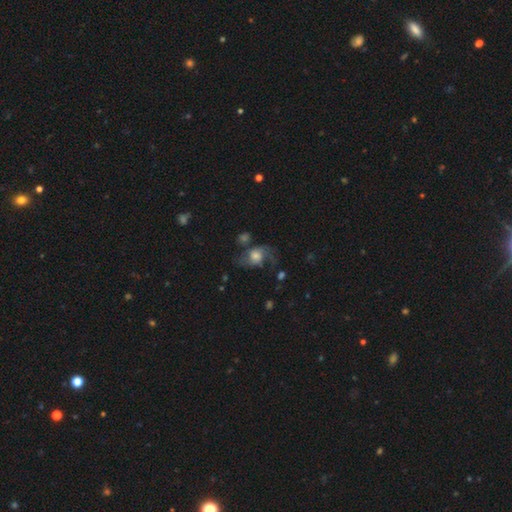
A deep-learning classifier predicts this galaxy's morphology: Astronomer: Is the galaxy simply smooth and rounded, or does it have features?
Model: featured or disk — 55% (runner-up: smooth, 35%).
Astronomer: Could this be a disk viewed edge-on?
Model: no — 95%.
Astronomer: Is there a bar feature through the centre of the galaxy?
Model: no — 74%.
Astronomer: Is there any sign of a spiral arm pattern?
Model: yes — 81%.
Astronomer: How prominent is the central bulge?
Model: moderate — 44% (runner-up: large, 30%).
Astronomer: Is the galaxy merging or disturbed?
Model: none — 43% (runner-up: major disturbance, 29%).